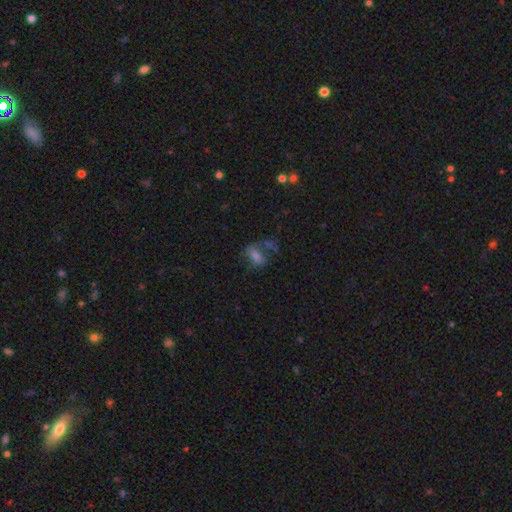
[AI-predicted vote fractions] smooth_or_featured: smooth (p=0.45) [alt: featured or disk p=0.33]
merging: none (p=0.38) [alt: major disturbance p=0.29]